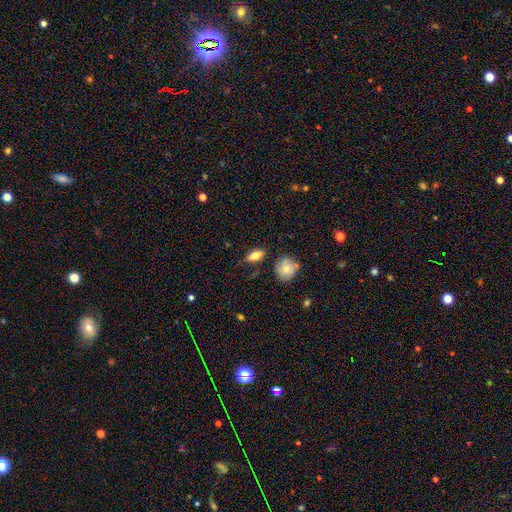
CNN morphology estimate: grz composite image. It shows a smooth galaxy with no disk features (74%) that is in between round and cigar-shaped (79%). Merging: none (78%).